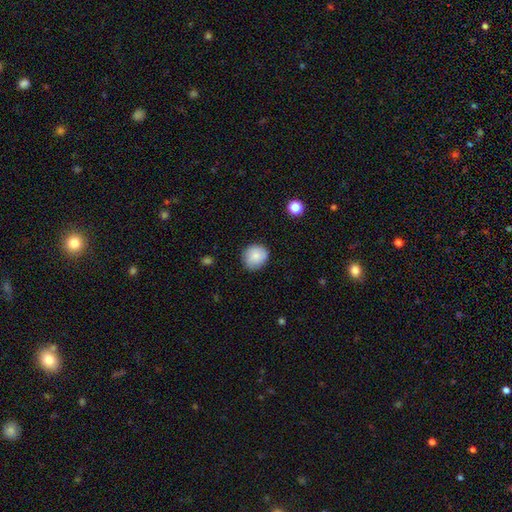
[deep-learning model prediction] smooth 84%, featured or disk 8%, star or artifact 7%. Down the decision tree: how rounded — round (79%); merging — none (84%).